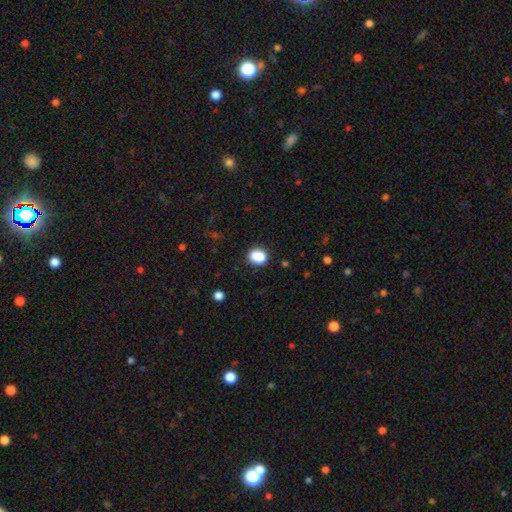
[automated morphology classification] A smooth galaxy with no disk features (84%) that is round (58%). Merging: none (77%).